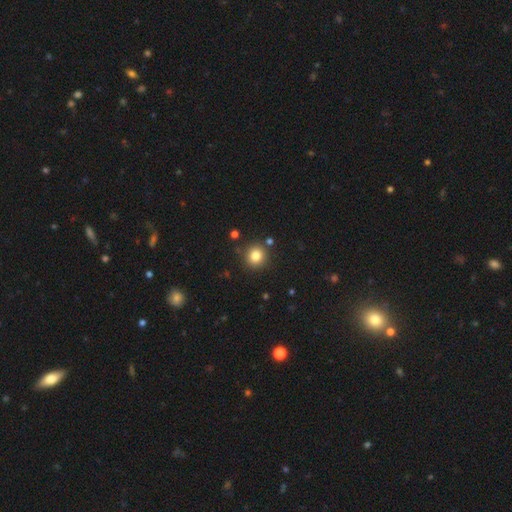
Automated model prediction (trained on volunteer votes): smooth-or-featured: smooth: 82% | star or artifact: 12% | featured or disk: 6%
  how-rounded: round: 91% | in between: 8% | cigar-shaped: 1%
  merging: none: 87% | minor disturbance: 7% | merger: 4% | major disturbance: 2%